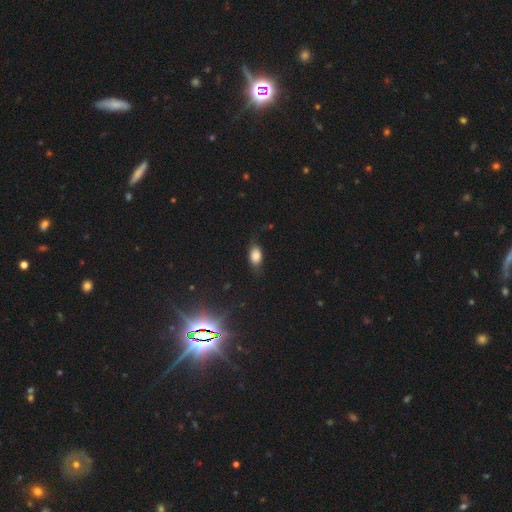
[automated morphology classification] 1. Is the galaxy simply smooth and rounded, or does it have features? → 80% smooth, 10% featured or disk, 10% star or artifact.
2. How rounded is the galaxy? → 87% in between, 10% round, 4% cigar-shaped.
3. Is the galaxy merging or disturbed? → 64% none, 25% minor disturbance, 9% major disturbance, 2% merger.